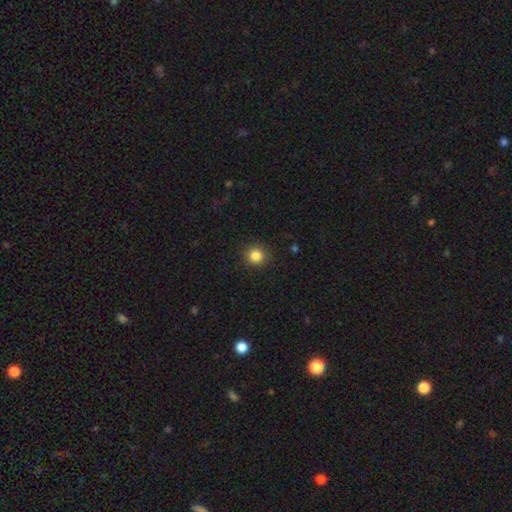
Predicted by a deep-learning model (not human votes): The model was most divided on "smooth or featured": smooth: 84%, star or artifact: 11%, featured or disk: 4%. More confident: how rounded — round (92%); merging — none (91%).